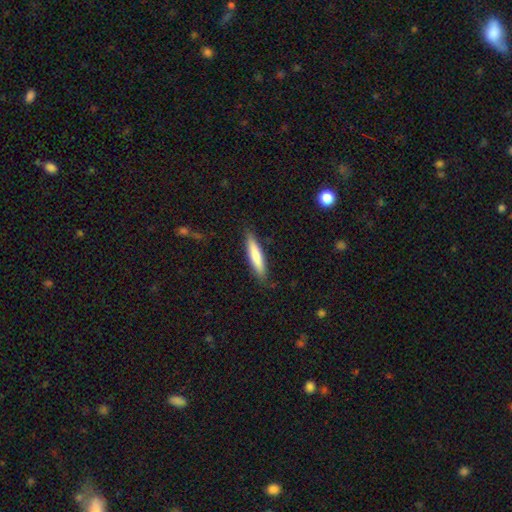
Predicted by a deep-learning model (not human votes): Overall: smooth (75%). How rounded: cigar-shaped (85%). Merging: none (86%).